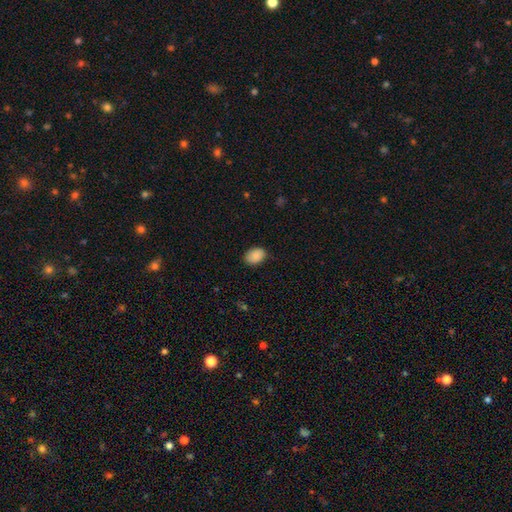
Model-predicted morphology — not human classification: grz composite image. It shows a smooth galaxy with no disk features (88%) that is in between round and cigar-shaped (79%). Merging: none (82%).